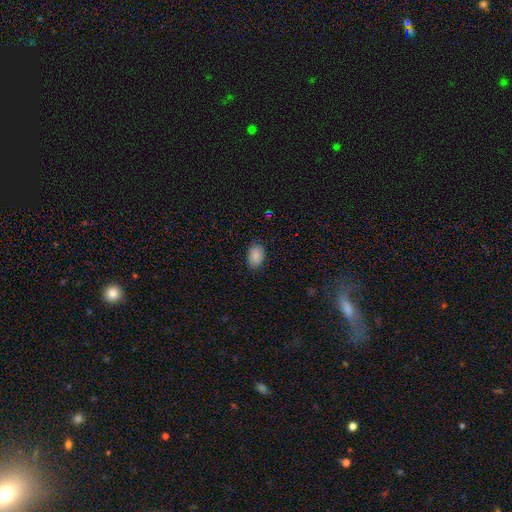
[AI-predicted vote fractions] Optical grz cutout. It shows a smooth galaxy with no disk features (86%) that is in between round and cigar-shaped (82%). Merging: none (84%).